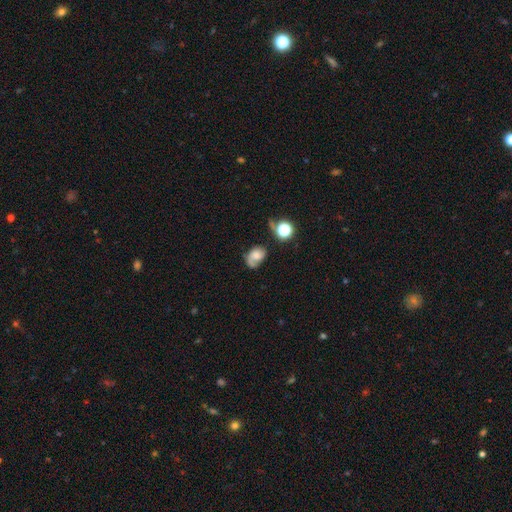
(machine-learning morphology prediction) The model was most divided on "merging": none: 39%, minor disturbance: 28%, major disturbance: 25%, merger: 8%. Remaining: smooth or featured — smooth (50%).